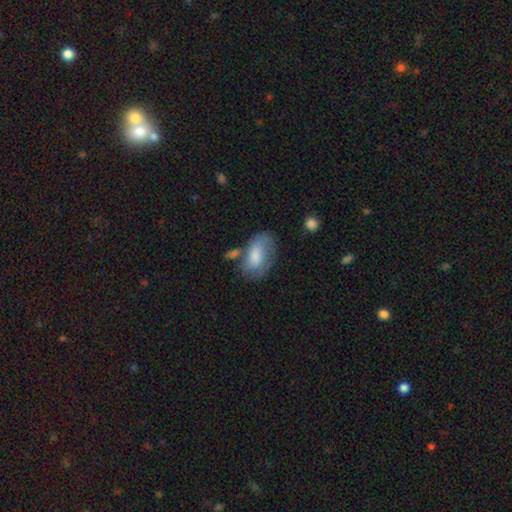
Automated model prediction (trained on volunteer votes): smooth_or_featured: smooth (p=0.74) [alt: featured or disk p=0.19]
how_rounded: in between (p=0.92) [alt: round p=0.06]
merging: none (p=0.47) [alt: minor disturbance p=0.27]